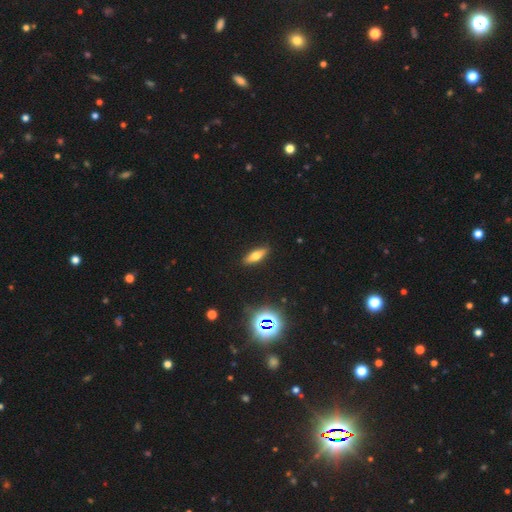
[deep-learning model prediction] Overall: smooth (56%; featured or disk 32%). How rounded: in between (54%; cigar-shaped 42%). Merging: none (89%).